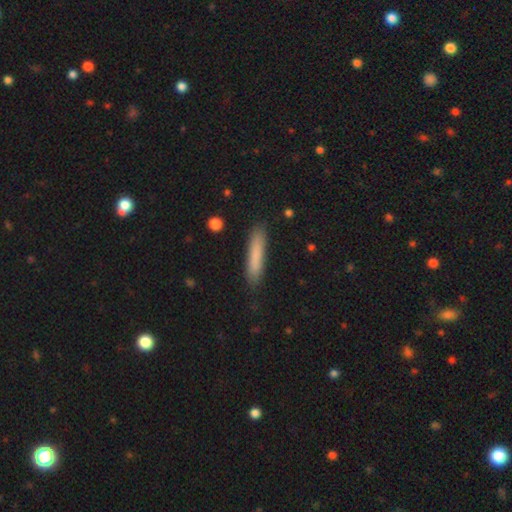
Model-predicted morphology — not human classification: A smooth galaxy with no disk features (82%) that is cigar-shaped (89%).

Vote fractions:
- Smooth or featured? smooth: 82% / featured or disk: 12% / star or artifact: 6%
- How rounded? cigar-shaped: 89% / in between: 10% / round: 1%
- Merging? none: 86% / minor disturbance: 11% / major disturbance: 2% / merger: 1%